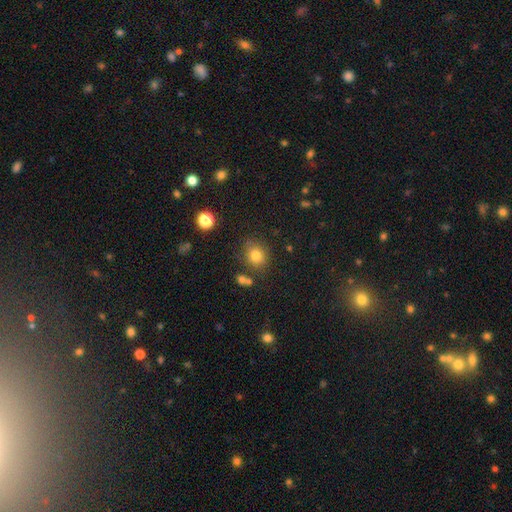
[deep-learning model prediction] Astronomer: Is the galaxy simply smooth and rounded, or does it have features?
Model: smooth — 80%.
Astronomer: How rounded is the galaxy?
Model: round — 71%.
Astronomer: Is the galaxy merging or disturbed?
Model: none — 76%.